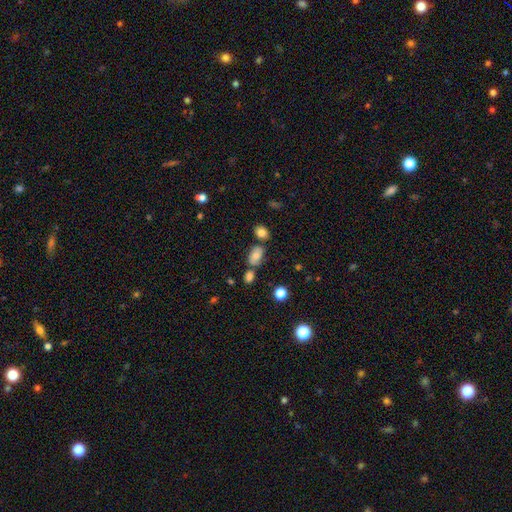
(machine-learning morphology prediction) Overall: smooth (71%). How rounded: in between (85%). Merging: none (61%).